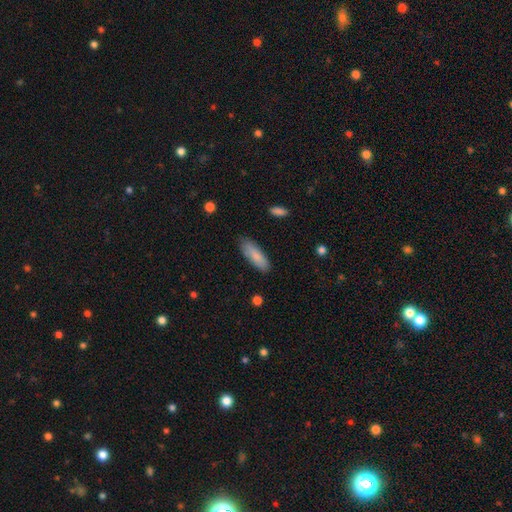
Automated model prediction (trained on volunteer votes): smooth_or_featured: smooth (p=0.84) [alt: featured or disk p=0.11]
how_rounded: in between (p=0.53) [alt: cigar-shaped p=0.45]
merging: none (p=0.82) [alt: minor disturbance p=0.14]